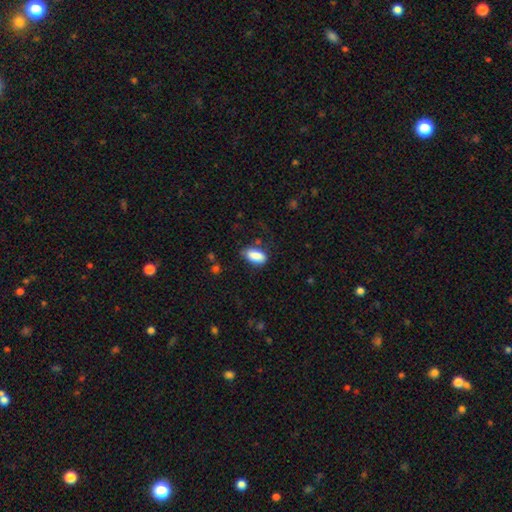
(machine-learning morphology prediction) smooth_or_featured: smooth (p=0.87) [alt: star or artifact p=0.07]
how_rounded: in between (p=0.90) [alt: cigar-shaped p=0.07]
merging: none (p=0.67) [alt: minor disturbance p=0.24]